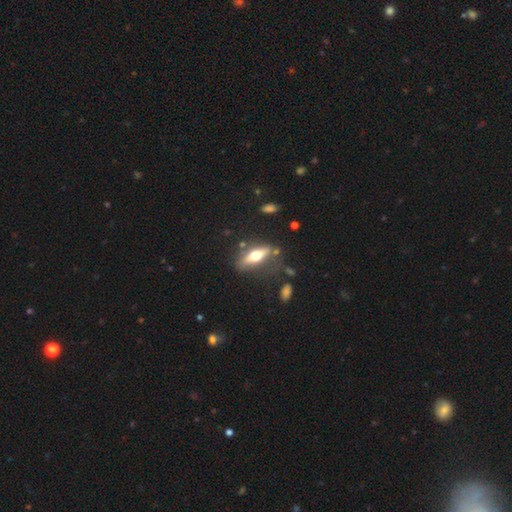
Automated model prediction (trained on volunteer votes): Overall: featured or disk (52%; smooth 41%). Edge-on disk: yes (82%). Merging: none (69%).